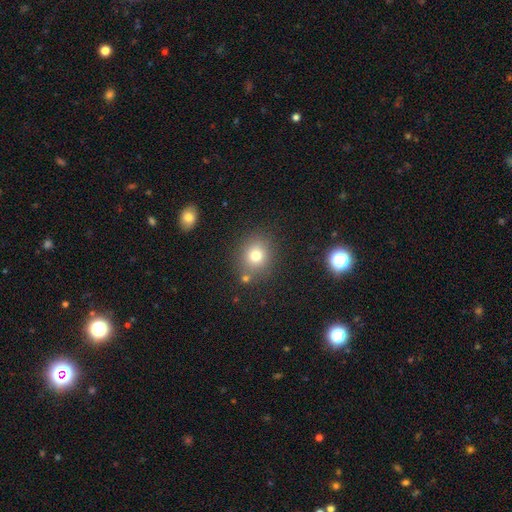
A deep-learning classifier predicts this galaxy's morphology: type=smooth (76%); roundness=round (78%); merging=none (78%).